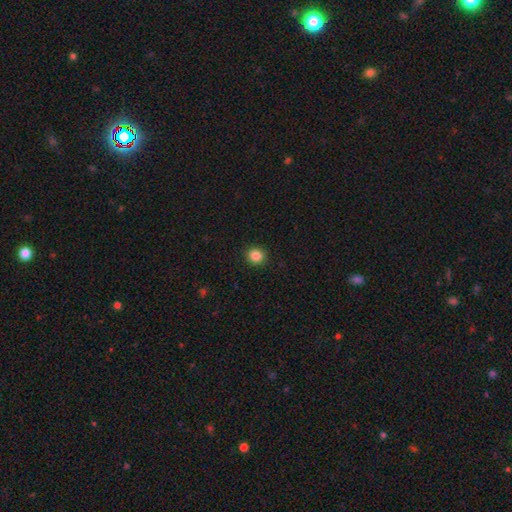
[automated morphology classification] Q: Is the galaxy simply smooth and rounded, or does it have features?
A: smooth — 86%.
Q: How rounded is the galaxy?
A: round — 87%.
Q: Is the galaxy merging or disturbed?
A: none — 92%.